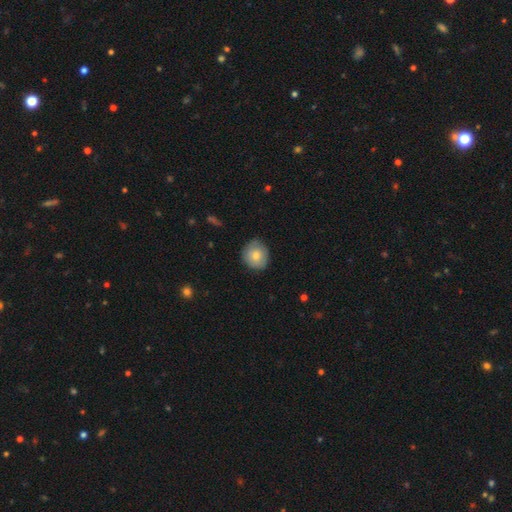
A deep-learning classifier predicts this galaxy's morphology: Smooth or featured? Predicted: smooth (p=0.75). How rounded? Predicted: round (p=0.87). Merging? Predicted: none (p=0.81).